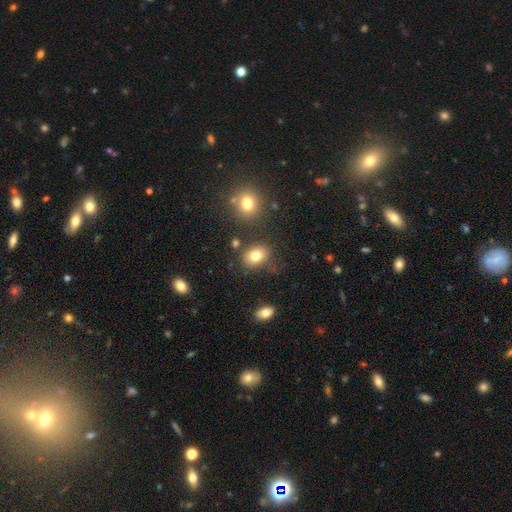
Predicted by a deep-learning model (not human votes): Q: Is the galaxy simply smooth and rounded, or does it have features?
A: smooth — 79%.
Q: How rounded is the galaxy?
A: in between — 67%.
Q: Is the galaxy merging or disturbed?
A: none — 76%.